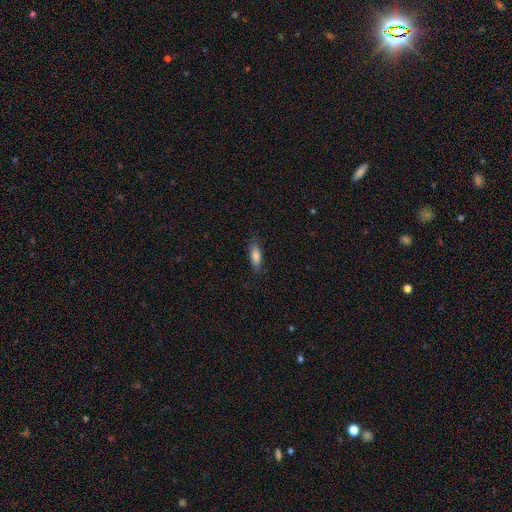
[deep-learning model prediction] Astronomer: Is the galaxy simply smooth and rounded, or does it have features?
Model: smooth — 81%.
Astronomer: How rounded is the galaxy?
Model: in between — 57% (runner-up: cigar-shaped, 40%).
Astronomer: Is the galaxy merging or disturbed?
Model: none — 82%.